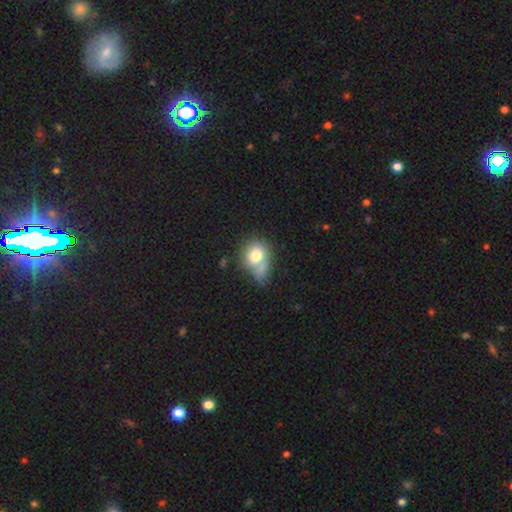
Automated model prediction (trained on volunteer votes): The model was most divided on "merging" (2-way tie): none: 32%, merger: 32%, minor disturbance: 21%, major disturbance: 15%. More confident: smooth or featured — smooth (74%); how rounded — round (58%).